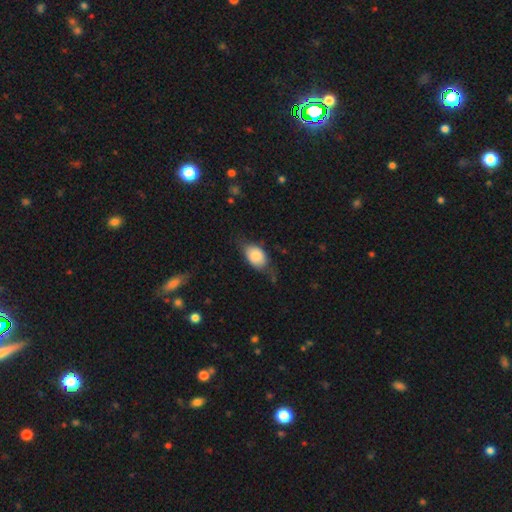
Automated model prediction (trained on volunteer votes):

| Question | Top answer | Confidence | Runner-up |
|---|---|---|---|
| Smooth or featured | smooth | 76% | featured or disk (17%) |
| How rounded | in between | 84% | round (14%) |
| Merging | none | 55% | minor disturbance (31%) |